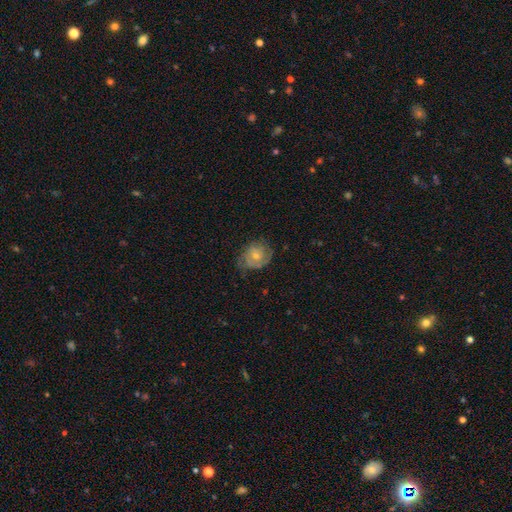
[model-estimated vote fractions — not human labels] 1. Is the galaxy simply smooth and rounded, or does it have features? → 61% featured or disk, 32% smooth, 7% star or artifact.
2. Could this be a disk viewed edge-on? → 97% no, 3% yes.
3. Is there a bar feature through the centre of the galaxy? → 74% no, 23% weak, 3% strong.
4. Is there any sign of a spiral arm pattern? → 83% yes, 17% no.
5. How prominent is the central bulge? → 56% small, 39% moderate, 2% none, 2% large, 1% dominant.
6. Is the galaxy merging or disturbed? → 60% none, 26% minor disturbance, 12% major disturbance, 1% merger.